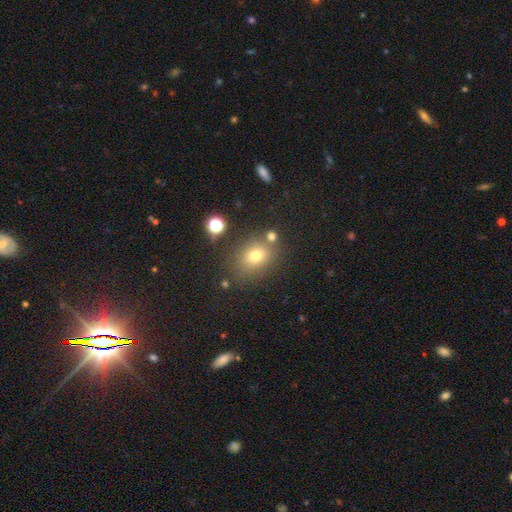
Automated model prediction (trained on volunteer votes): Smooth or featured? smooth (72%)
How rounded? in between (51%)
Merging? none (73%)